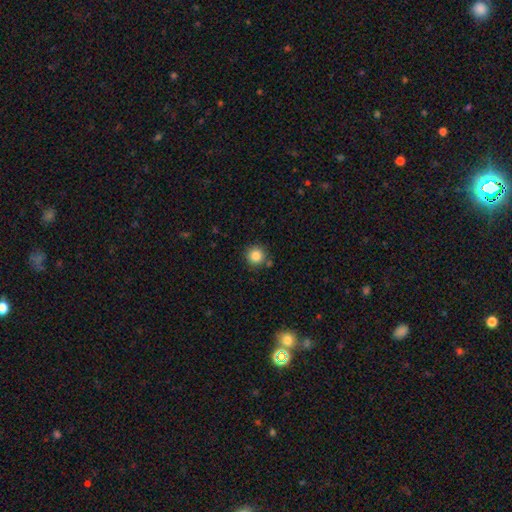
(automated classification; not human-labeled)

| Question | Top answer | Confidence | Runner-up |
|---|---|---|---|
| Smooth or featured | smooth | 86% | star or artifact (10%) |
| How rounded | round | 94% | in between (5%) |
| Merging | none | 84% | minor disturbance (8%) |